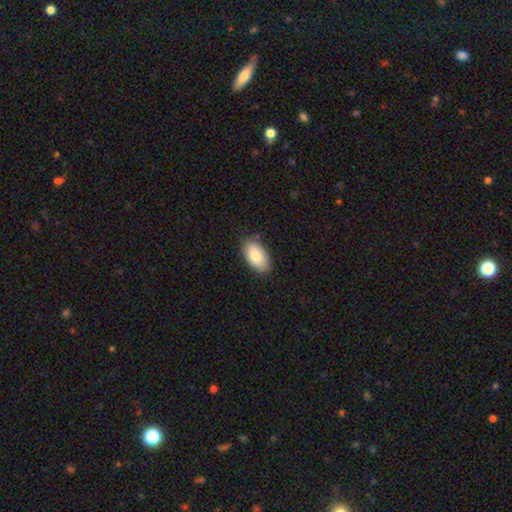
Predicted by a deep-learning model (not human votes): Q: Smooth or featured?
A: smooth (83%); runner-up: featured or disk (11%)
Q: How rounded?
A: in between (94%); runner-up: round (4%)
Q: Merging?
A: none (83%); runner-up: minor disturbance (13%)